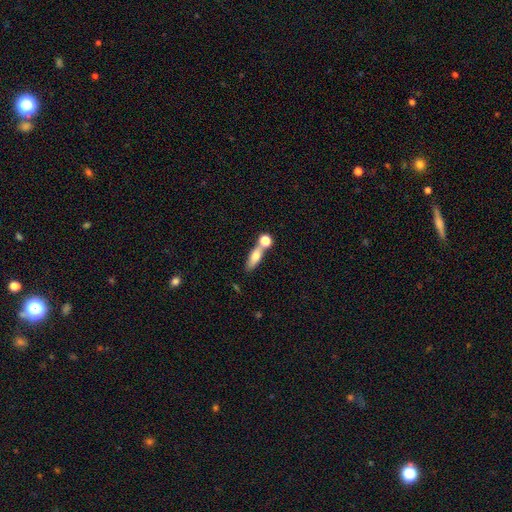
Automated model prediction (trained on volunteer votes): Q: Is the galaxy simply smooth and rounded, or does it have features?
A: smooth — 68%.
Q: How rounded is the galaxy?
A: in between — 55%.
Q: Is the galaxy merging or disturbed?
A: none — 46%.